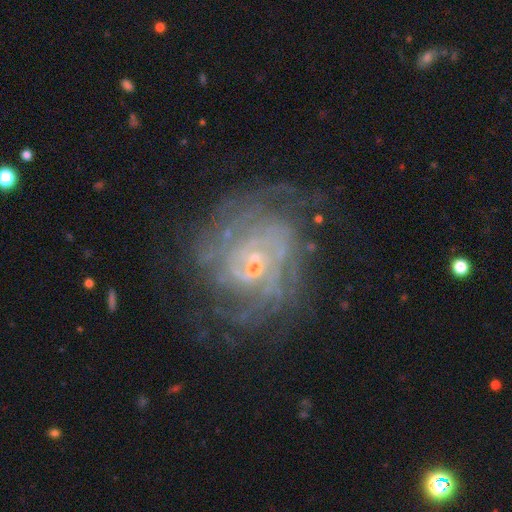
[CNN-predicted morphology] Smooth or featured? featured or disk (85%)
Edge-on disk? no (97%)
Bar? no (51%)
Spiral arms? yes (93%)
Spiral winding? tight (69%)
Spiral arm count? can't tell (42%)
Bulge size? small (67%)
Merging? none (67%)